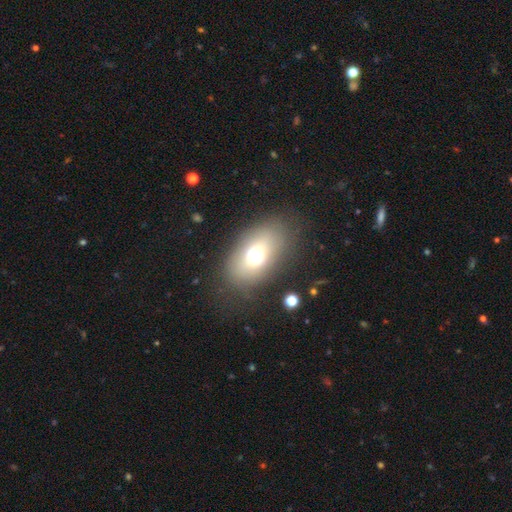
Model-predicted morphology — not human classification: Overall: smooth (64%). How rounded: in between (81%). Merging: none (75%).